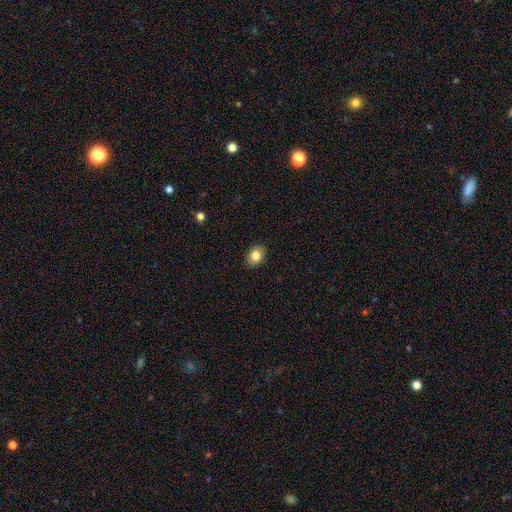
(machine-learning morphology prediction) Smooth or featured? Predicted: smooth (p=0.83). How rounded? Predicted: in between (p=0.60). Merging? Predicted: none (p=0.89).